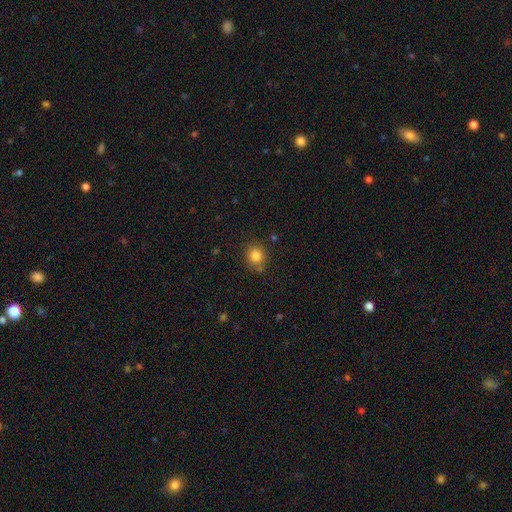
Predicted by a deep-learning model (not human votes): A smooth galaxy with no disk features (83%) that is round (83%).

Vote fractions:
- Smooth or featured? smooth: 83% / star or artifact: 11% / featured or disk: 5%
- How rounded? round: 83% / in between: 16% / cigar-shaped: 1%
- Merging? none: 80% / minor disturbance: 12% / merger: 5% / major disturbance: 3%